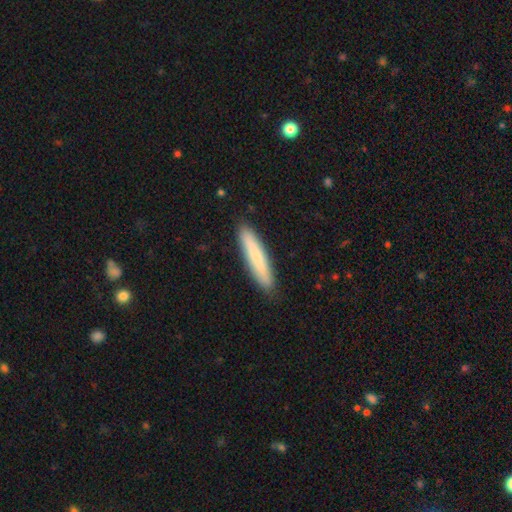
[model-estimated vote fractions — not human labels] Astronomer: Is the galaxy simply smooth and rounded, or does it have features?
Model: smooth — 75%.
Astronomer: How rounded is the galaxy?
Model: cigar-shaped — 90%.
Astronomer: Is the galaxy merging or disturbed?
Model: none — 89%.